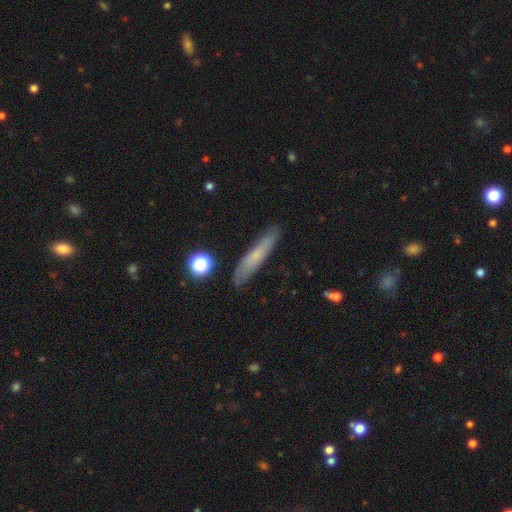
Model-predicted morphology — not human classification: smooth_or_featured: smooth (p=0.62) [alt: featured or disk p=0.30]
how_rounded: cigar-shaped (p=0.91) [alt: in between p=0.08]
merging: none (p=0.86) [alt: minor disturbance p=0.10]